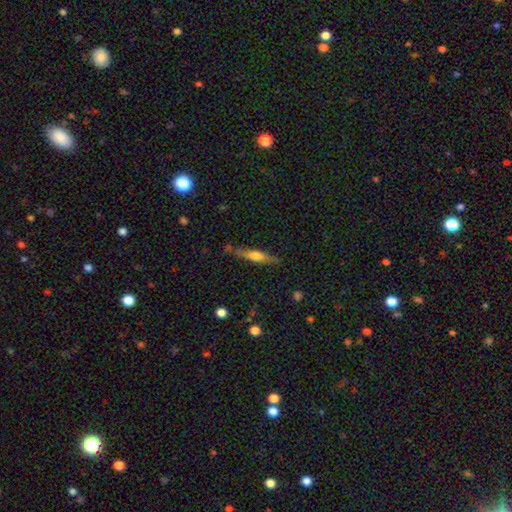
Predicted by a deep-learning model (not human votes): A featured or disk galaxy (49%).

Vote fractions:
- Smooth or featured? featured or disk: 49% / smooth: 44% / star or artifact: 7%
- Merging? none: 81% / minor disturbance: 13% / merger: 3% / major disturbance: 3%